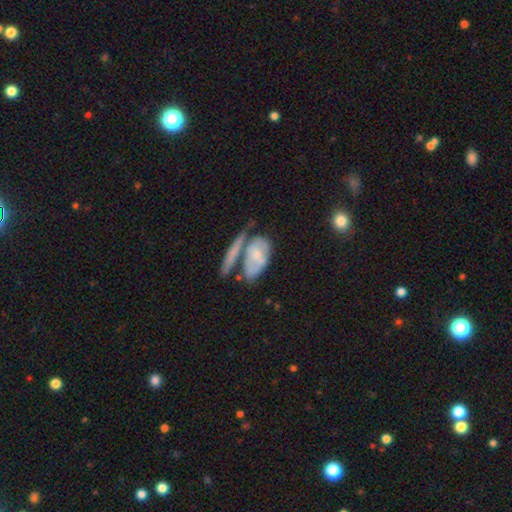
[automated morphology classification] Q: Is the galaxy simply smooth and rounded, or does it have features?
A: smooth — 48%.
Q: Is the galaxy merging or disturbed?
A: merger — 38%.